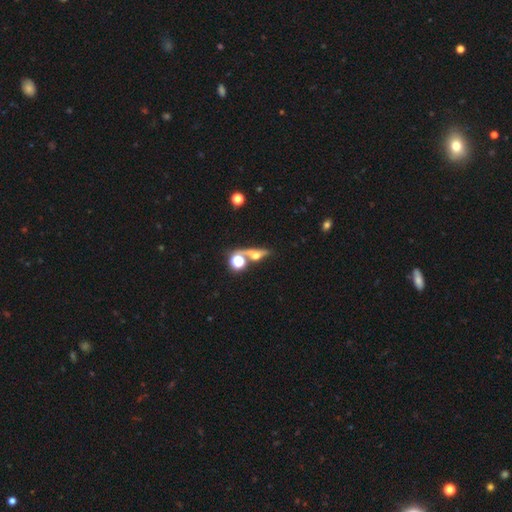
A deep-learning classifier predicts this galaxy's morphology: Smooth or featured? featured or disk (44%)
Merging? none (55%)